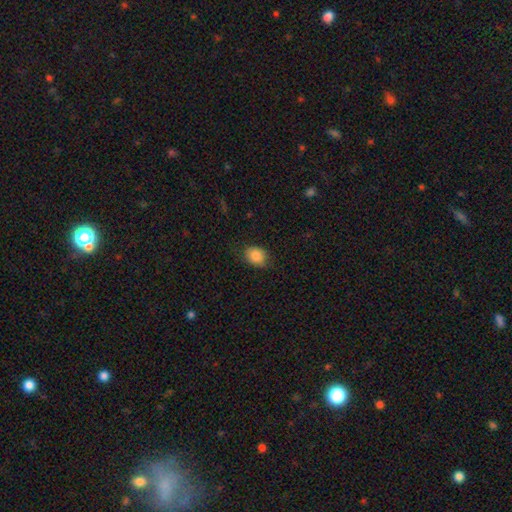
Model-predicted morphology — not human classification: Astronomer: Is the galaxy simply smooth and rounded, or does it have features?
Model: smooth — 87%.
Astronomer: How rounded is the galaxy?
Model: in between — 57% (runner-up: round, 42%).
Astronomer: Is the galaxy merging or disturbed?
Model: none — 78%.